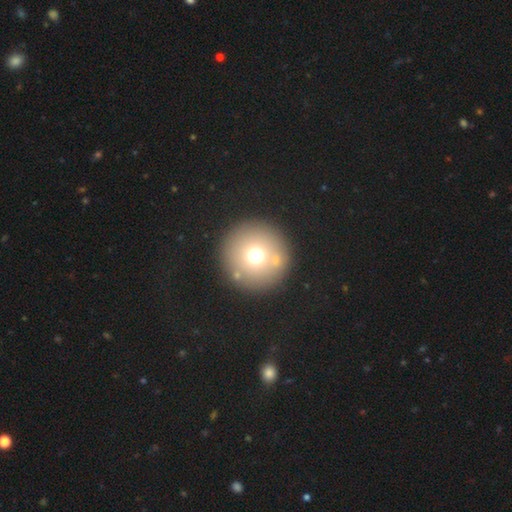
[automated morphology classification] Smooth or featured? Predicted: smooth (p=0.68). How rounded? Predicted: round (p=0.96). Merging? Predicted: none (p=0.86).